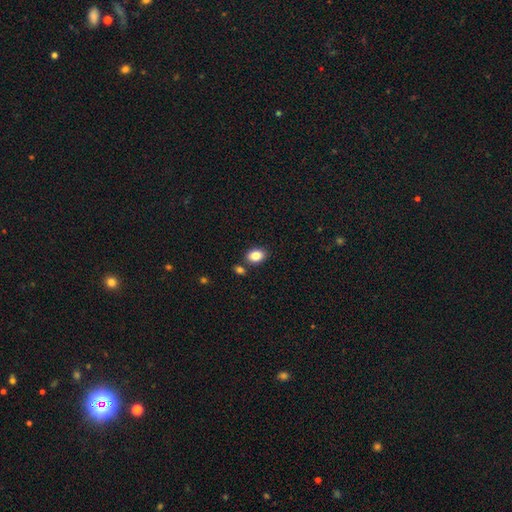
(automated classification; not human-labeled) Smooth or featured?
  - smooth: 85% *
  - star or artifact: 8%
  - featured or disk: 6%
How rounded?
  - in between: 77% *
  - round: 22%
  - cigar-shaped: 1%
Merging?
  - none: 79% *
  - minor disturbance: 10%
  - merger: 9%
  - major disturbance: 2%